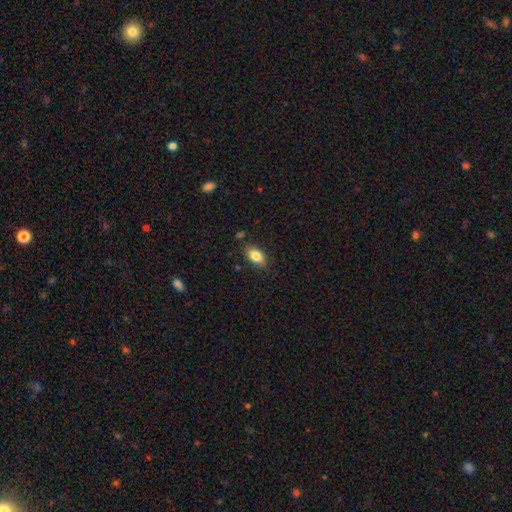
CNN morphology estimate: Smooth or featured? smooth (84%)
How rounded? in between (90%)
Merging? none (83%)